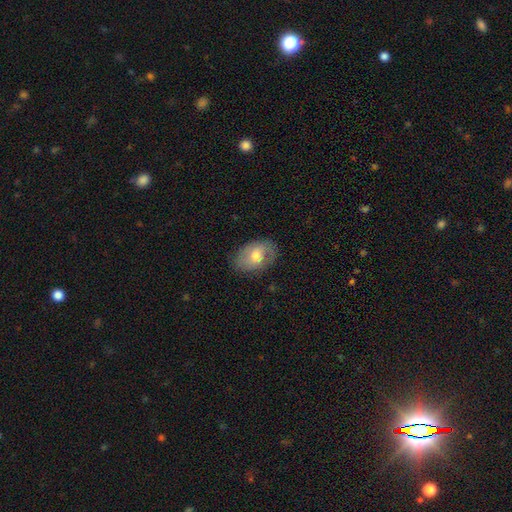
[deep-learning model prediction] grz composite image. It shows a smooth galaxy with no disk features (55%) that is in between round and cigar-shaped (82%). Merging: none (74%).